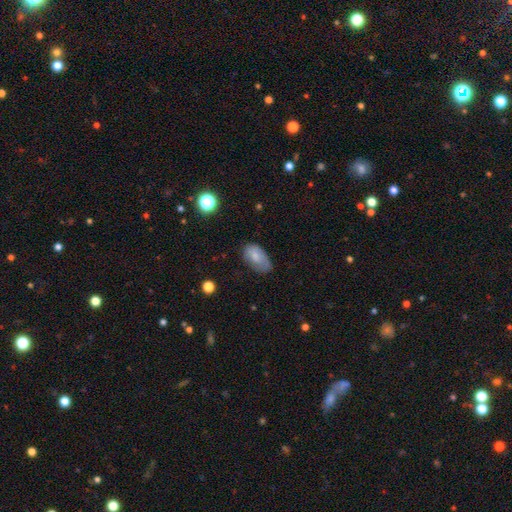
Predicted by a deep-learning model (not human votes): Smooth or featured? Predicted: smooth (p=0.74). How rounded? Predicted: in between (p=0.93). Merging? Predicted: none (p=0.58).